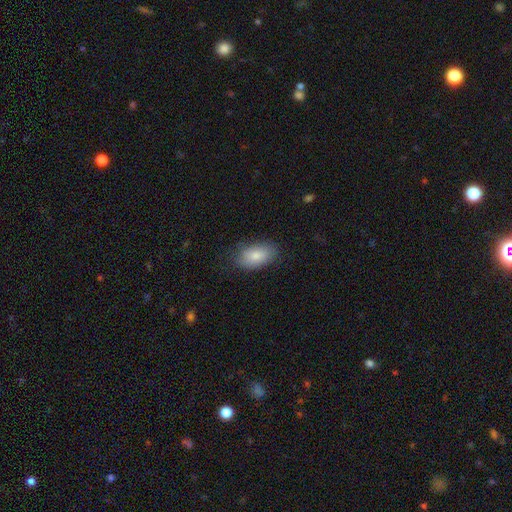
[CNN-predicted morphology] The model was most divided on "merging": none: 78%, minor disturbance: 17%, major disturbance: 4%, merger: 1%. More confident: how rounded — in between (92%); smooth or featured — smooth (81%).